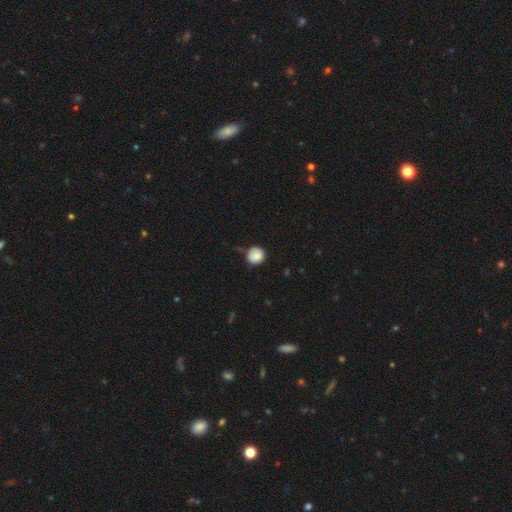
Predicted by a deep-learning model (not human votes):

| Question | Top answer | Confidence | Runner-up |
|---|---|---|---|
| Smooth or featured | smooth | 85% | star or artifact (8%) |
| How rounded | round | 89% | in between (10%) |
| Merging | none | 71% | minor disturbance (22%) |